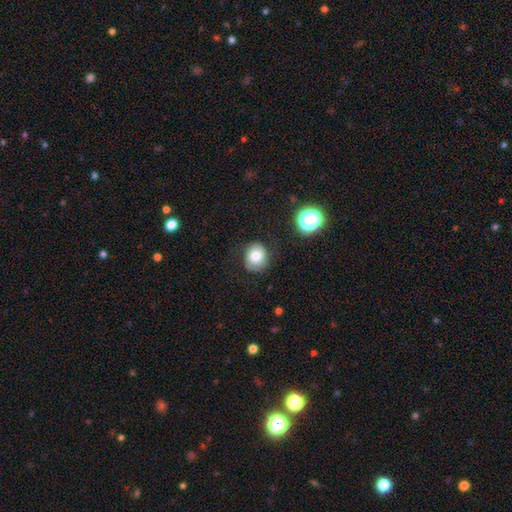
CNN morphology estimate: type=smooth (76%); roundness=round (67%); merging=none (75%).